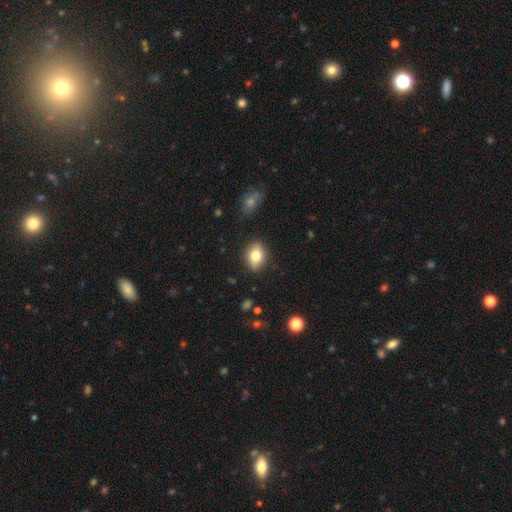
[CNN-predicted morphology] Overall: smooth (78%). How rounded: in between (66%; round 32%). Merging: none (86%).